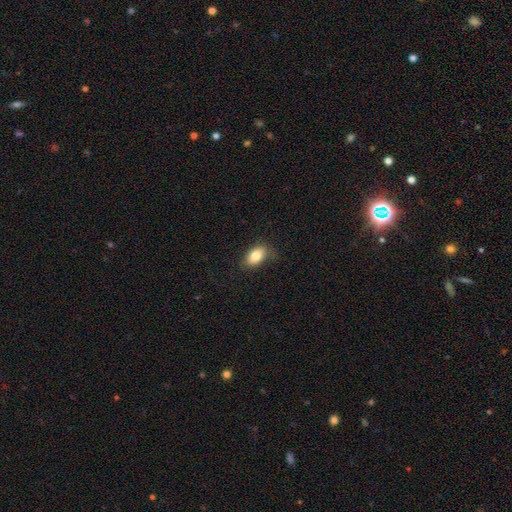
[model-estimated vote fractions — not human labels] smooth 81%, featured or disk 11%, star or artifact 8%. Down the decision tree: how rounded — in between (89%); merging — none (79%).